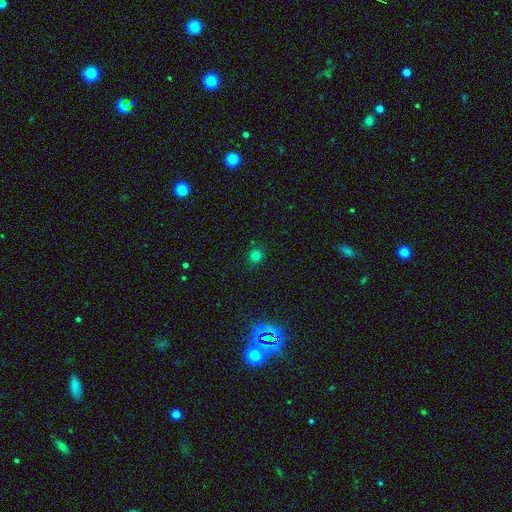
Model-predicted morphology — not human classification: This is likely a smooth galaxy (77%). How rounded: clearly round (92%). Merging: clearly none (90%).